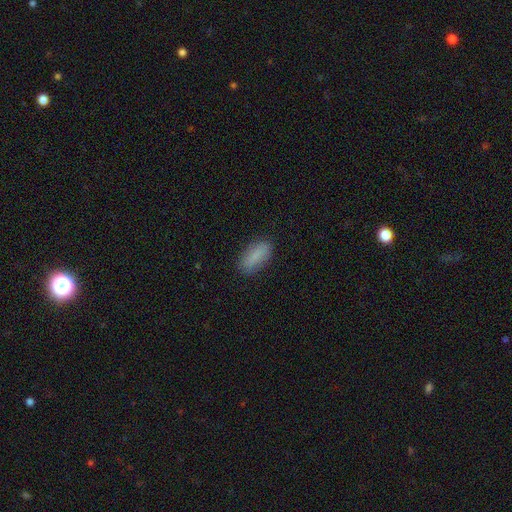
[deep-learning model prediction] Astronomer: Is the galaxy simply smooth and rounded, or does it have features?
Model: smooth — 84%.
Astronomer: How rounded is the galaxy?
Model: in between — 80%.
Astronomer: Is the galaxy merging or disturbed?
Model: none — 84%.